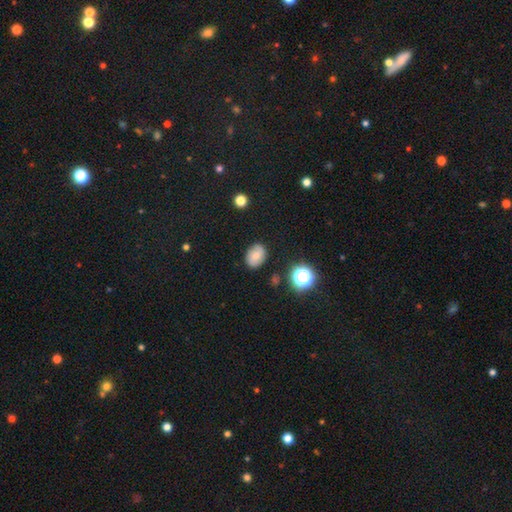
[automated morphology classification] This appears to be a smooth galaxy with no disk features (69%) that is in between round and cigar-shaped (66%). Merging: none (83%).